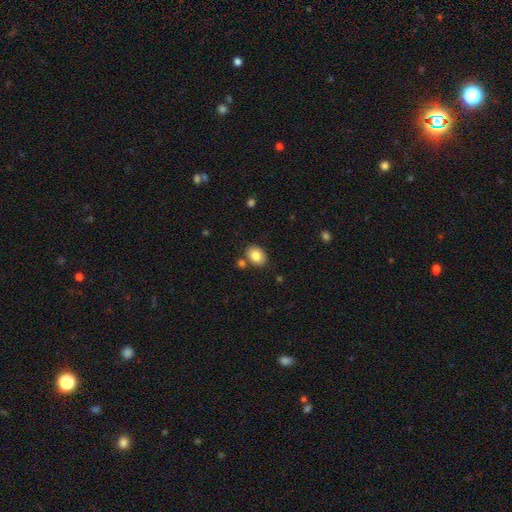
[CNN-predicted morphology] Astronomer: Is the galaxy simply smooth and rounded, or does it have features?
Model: smooth — 83%.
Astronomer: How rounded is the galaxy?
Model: in between — 67%.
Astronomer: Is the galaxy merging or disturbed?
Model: none — 79%.